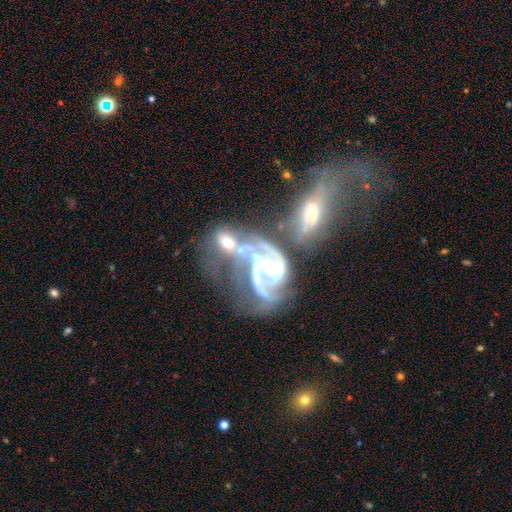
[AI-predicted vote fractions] smooth_or_featured: featured or disk (p=0.81) [alt: star or artifact p=0.11]
disk_edge_on: no (p=0.96) [alt: yes p=0.04]
bar: no (p=0.55) [alt: weak p=0.29]
has_spiral_arms: yes (p=0.88) [alt: no p=0.12]
spiral_winding: medium (p=0.40) [alt: loose p=0.34]
spiral_arm_count: 2 (p=0.57) [alt: can't tell p=0.18]
bulge_size: small (p=0.43) [alt: moderate p=0.37]
merging: merger (p=0.64) [alt: major disturbance p=0.20]